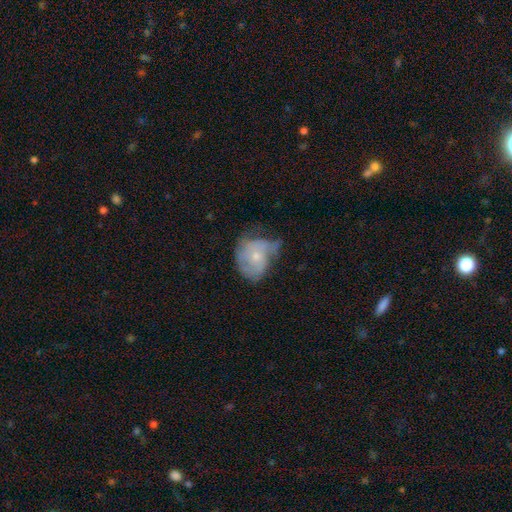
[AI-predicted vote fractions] Q: Smooth or featured?
A: featured or disk (50%); runner-up: smooth (41%)
Q: Edge-on disk?
A: no (97%); runner-up: yes (3%)
Q: Merging?
A: minor disturbance (37%); runner-up: none (30%)